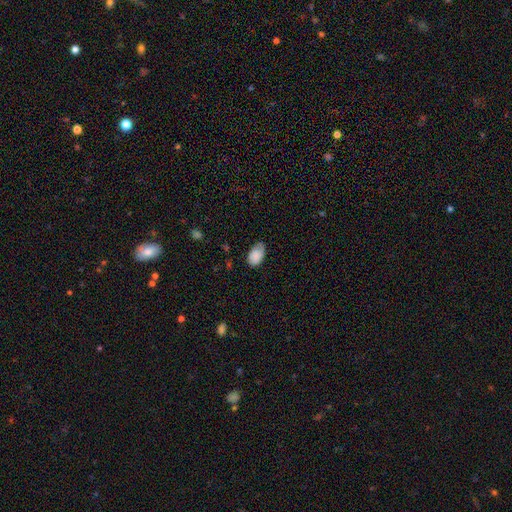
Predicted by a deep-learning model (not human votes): The model was most divided on "merging": none: 57%, minor disturbance: 34%, major disturbance: 8%, merger: 2%. More confident: how rounded — in between (92%); smooth or featured — smooth (82%).